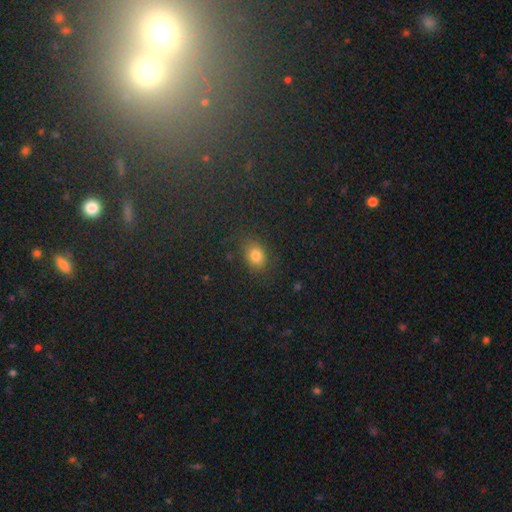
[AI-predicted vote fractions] smooth-or-featured: smooth: 75% | star or artifact: 17% | featured or disk: 8%
  how-rounded: in between: 60% | round: 38% | cigar-shaped: 2%
  merging: none: 78% | minor disturbance: 13% | major disturbance: 6% | merger: 3%